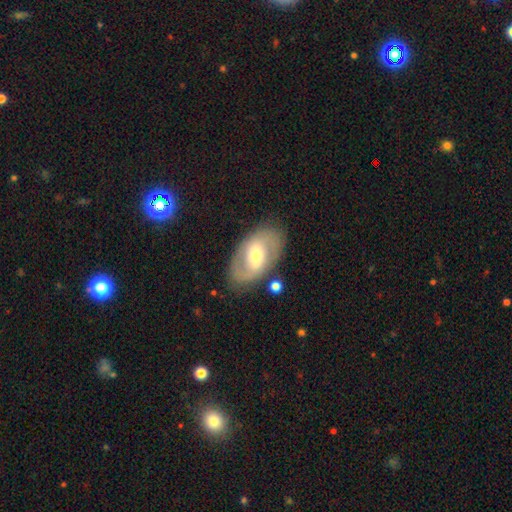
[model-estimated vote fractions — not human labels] Smooth or featured? Predicted: featured or disk (p=0.67). Edge-on disk? Predicted: no (p=0.94). Bar? Predicted: weak (p=0.46). Spiral arms? Predicted: yes (p=0.76). Bulge size? Predicted: moderate (p=0.51). Merging? Predicted: none (p=0.79).